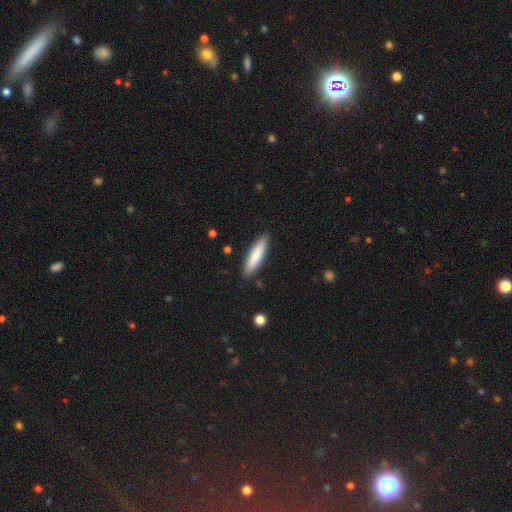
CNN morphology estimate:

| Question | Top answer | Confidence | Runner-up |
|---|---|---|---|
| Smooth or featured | smooth | 76% | featured or disk (19%) |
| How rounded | cigar-shaped | 77% | in between (22%) |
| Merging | none | 88% | minor disturbance (8%) |